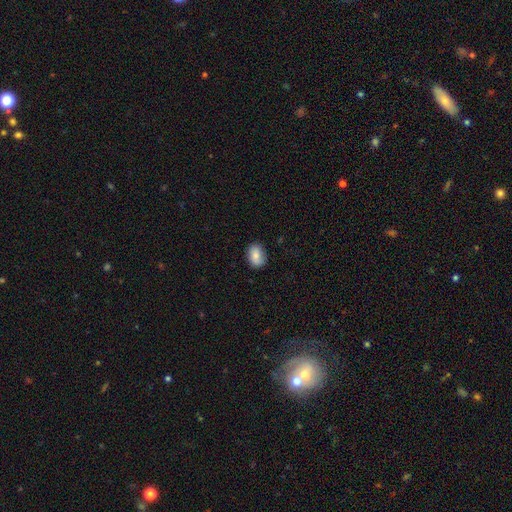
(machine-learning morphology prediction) A smooth galaxy with no disk features (81%) that is in between round and cigar-shaped (73%). Merging: none (84%).